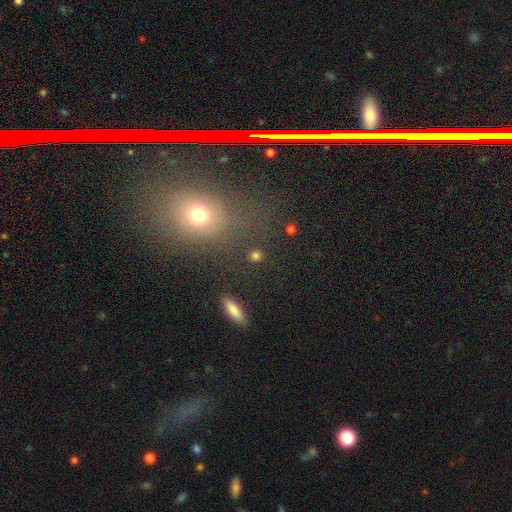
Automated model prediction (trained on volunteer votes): smooth-or-featured: smooth: 78% | star or artifact: 16% | featured or disk: 6%
  how-rounded: round: 79% | in between: 18% | cigar-shaped: 3%
  merging: none: 85% | minor disturbance: 8% | merger: 4% | major disturbance: 3%